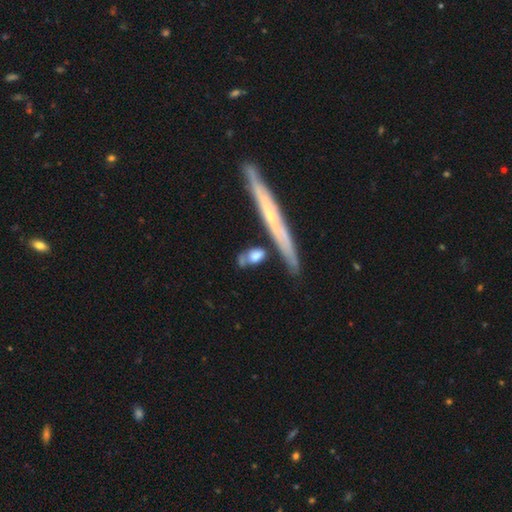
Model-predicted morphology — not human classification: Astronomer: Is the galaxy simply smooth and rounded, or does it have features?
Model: smooth — 62%.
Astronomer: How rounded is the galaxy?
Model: in between — 50% (runner-up: cigar-shaped, 36%).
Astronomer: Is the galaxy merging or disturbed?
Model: none — 54%.